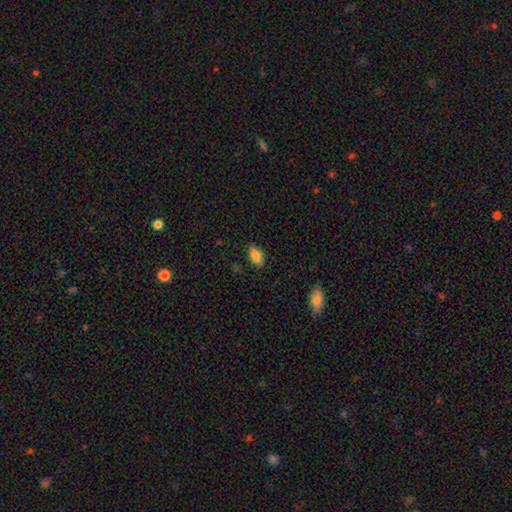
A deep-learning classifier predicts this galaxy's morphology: A smooth galaxy with no disk features (82%) that is in between round and cigar-shaped (90%).

Vote fractions:
- Smooth or featured? smooth: 82% / featured or disk: 10% / star or artifact: 8%
- How rounded? in between: 90% / round: 5% / cigar-shaped: 5%
- Merging? none: 84% / minor disturbance: 13% / major disturbance: 2% / merger: 1%